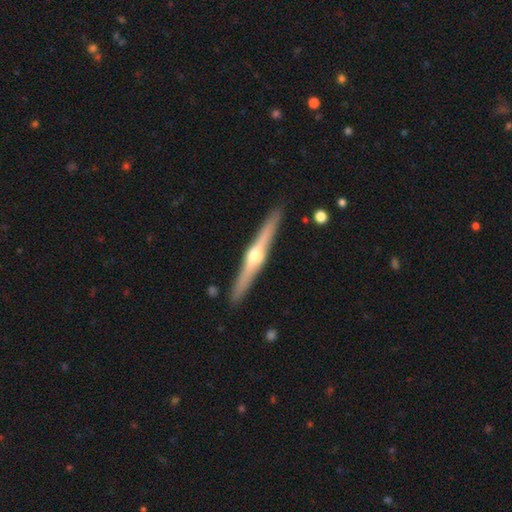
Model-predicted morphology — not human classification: featured or disk 76%, smooth 19%, star or artifact 5%. Down the decision tree: edge-on disk — yes (98%); edge-on bulge — rounded (94%); merging — none (91%).